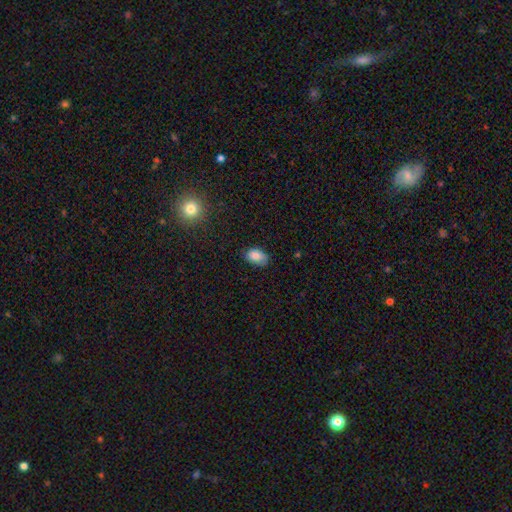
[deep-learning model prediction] Q: Smooth or featured?
A: smooth (84%); runner-up: star or artifact (8%)
Q: How rounded?
A: in between (89%); runner-up: round (10%)
Q: Merging?
A: none (69%); runner-up: minor disturbance (25%)